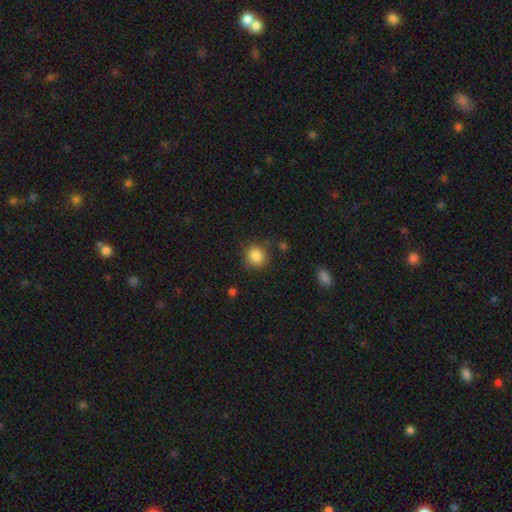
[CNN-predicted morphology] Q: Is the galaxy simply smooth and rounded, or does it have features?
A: smooth — 85%.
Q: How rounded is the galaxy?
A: round — 89%.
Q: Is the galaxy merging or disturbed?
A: none — 82%.